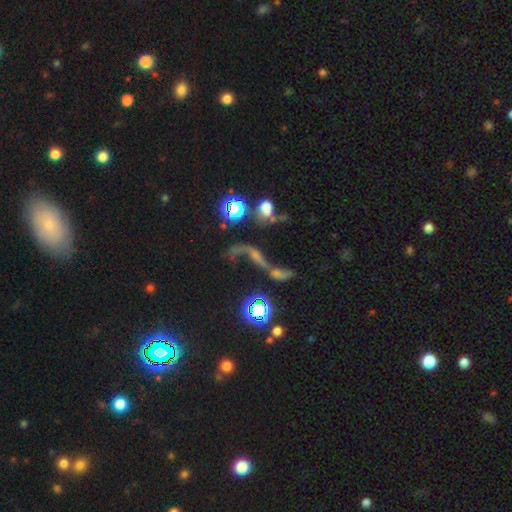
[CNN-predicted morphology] Smooth or featured: featured or disk — 51% (star or artifact — 27%)
Edge-on disk: no — 87% (yes — 13%)
Merging: merger — 36% (none — 30%)